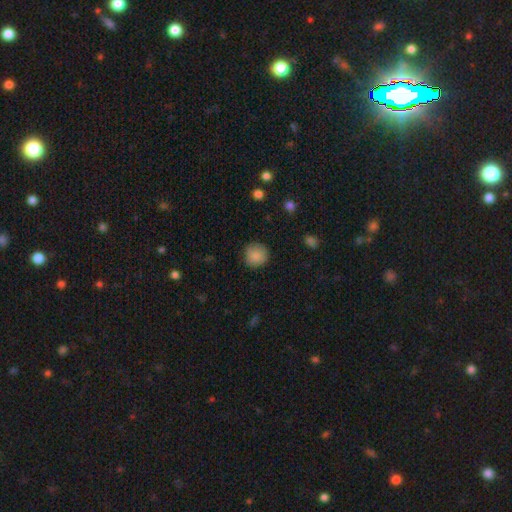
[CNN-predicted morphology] smooth_or_featured: smooth (p=0.87) [alt: star or artifact p=0.08]
how_rounded: round (p=0.92) [alt: in between p=0.07]
merging: none (p=0.85) [alt: minor disturbance p=0.11]